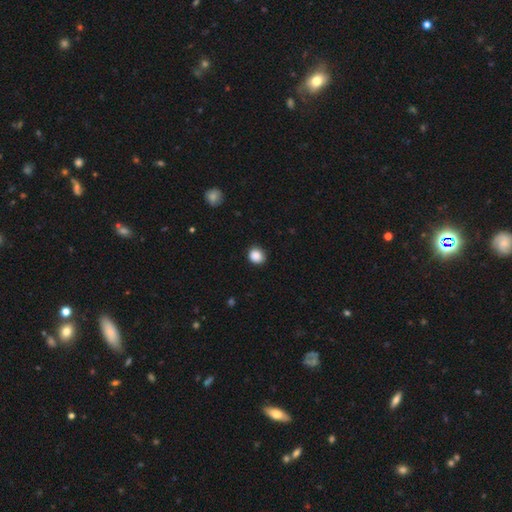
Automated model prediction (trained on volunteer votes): Smooth or featured: smooth — 88% (star or artifact — 9%)
How rounded: round — 77% (in between — 23%)
Merging: none — 84% (minor disturbance — 12%)